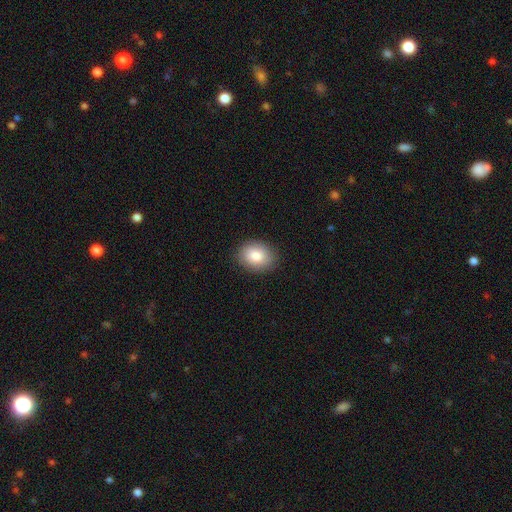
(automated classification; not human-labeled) Smooth or featured?
  - smooth: 84% *
  - featured or disk: 9%
  - star or artifact: 7%
How rounded?
  - in between: 63% *
  - round: 36%
  - cigar-shaped: 1%
Merging?
  - none: 87% *
  - minor disturbance: 10%
  - major disturbance: 2%
  - merger: 1%